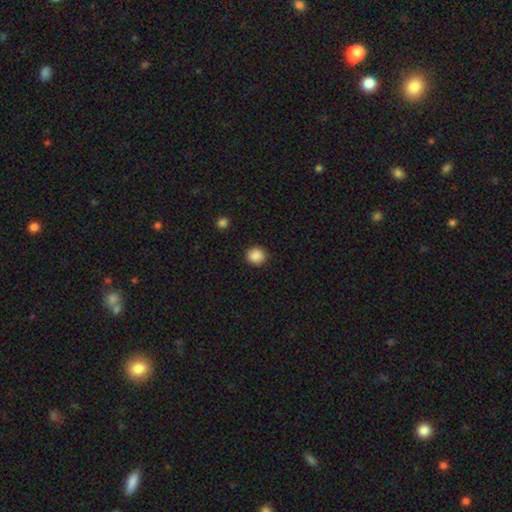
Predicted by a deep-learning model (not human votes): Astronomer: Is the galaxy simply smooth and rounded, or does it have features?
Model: smooth — 88%.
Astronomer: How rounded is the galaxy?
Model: round — 85%.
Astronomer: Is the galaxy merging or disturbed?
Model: none — 91%.